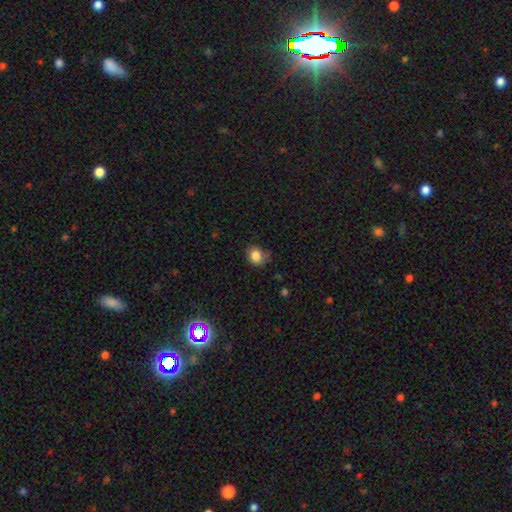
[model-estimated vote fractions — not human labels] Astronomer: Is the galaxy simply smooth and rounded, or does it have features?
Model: smooth — 83%.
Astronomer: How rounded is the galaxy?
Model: round — 61% (runner-up: in between, 38%).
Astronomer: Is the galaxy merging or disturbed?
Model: none — 62%.